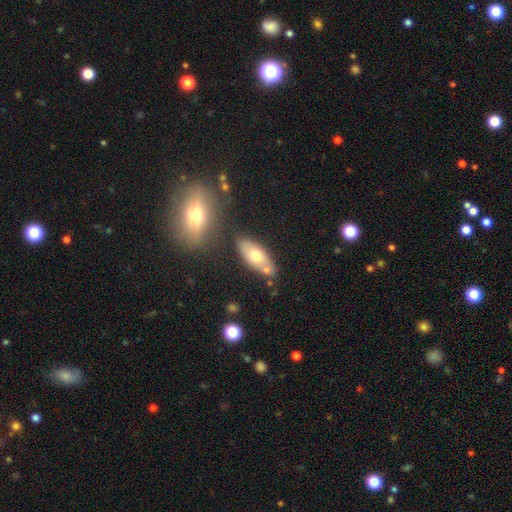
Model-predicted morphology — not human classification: A smooth galaxy with no disk features (65%) that is in between round and cigar-shaped (81%). Merging: none (65%).